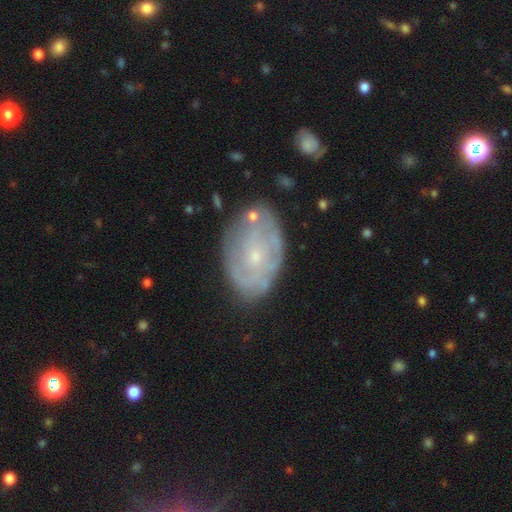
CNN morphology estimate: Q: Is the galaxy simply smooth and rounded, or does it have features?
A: featured or disk — 68%.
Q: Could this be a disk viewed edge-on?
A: no — 95%.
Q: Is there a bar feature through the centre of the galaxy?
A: no — 79%.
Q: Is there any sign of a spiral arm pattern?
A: yes — 65%.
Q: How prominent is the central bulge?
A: small — 74%.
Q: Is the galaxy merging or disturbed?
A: none — 68%.